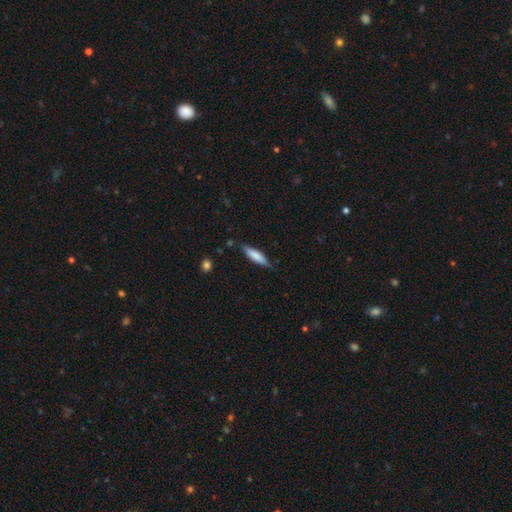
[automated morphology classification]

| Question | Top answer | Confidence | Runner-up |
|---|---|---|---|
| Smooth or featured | smooth | 72% | featured or disk (22%) |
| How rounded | cigar-shaped | 74% | in between (25%) |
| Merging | none | 80% | minor disturbance (15%) |